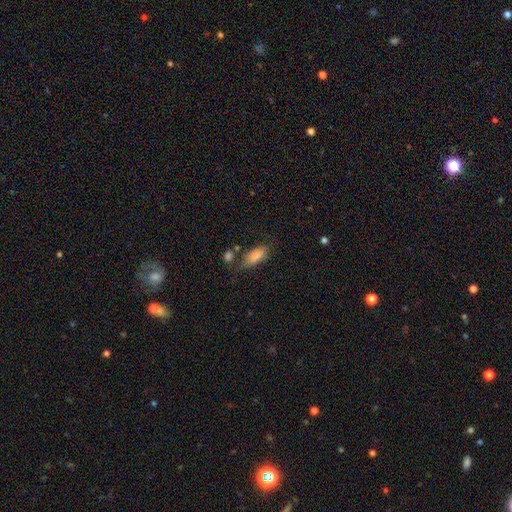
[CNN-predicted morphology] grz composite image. It shows a smooth galaxy with no disk features (80%) that is in between round and cigar-shaped (83%). Merging: none (55%).